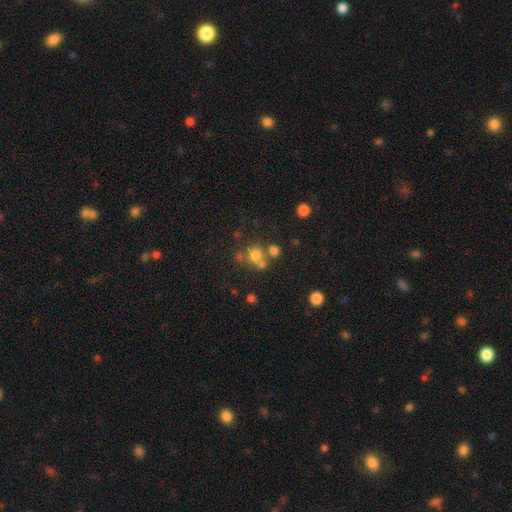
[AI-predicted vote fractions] Q: Smooth or featured?
A: smooth (69%); runner-up: star or artifact (18%)
Q: How rounded?
A: round (86%); runner-up: in between (13%)
Q: Merging?
A: none (53%); runner-up: merger (32%)